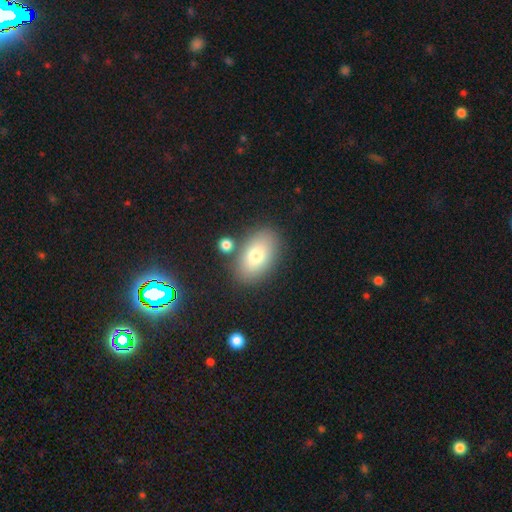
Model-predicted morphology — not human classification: Overall: smooth (77%). How rounded: in between (90%). Merging: none (79%).